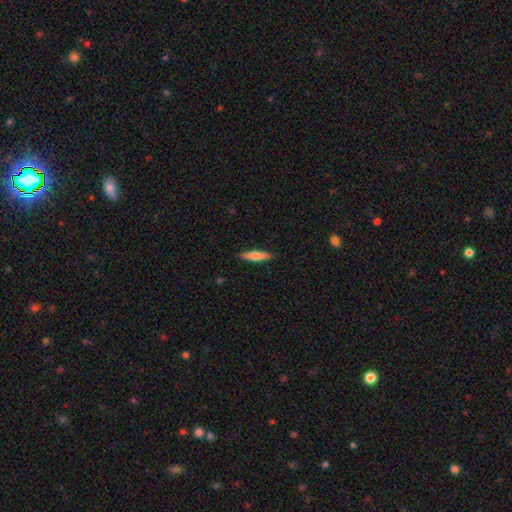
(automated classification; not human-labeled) Q: Smooth or featured?
A: smooth (65%); runner-up: featured or disk (30%)
Q: How rounded?
A: cigar-shaped (77%); runner-up: in between (22%)
Q: Merging?
A: none (89%); runner-up: minor disturbance (8%)